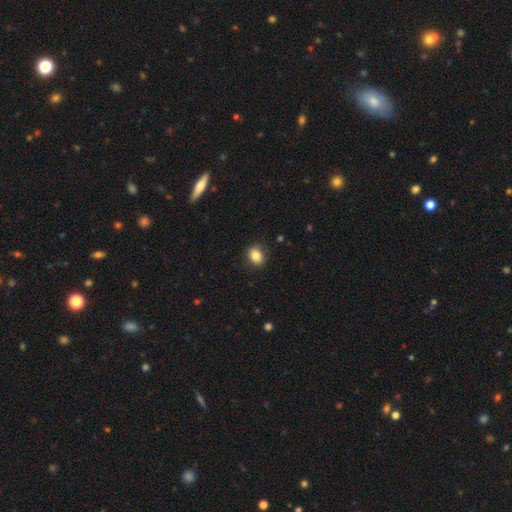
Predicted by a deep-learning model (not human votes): smooth-or-featured: smooth: 83% | star or artifact: 9% | featured or disk: 8%
  how-rounded: in between: 53% | round: 46% | cigar-shaped: 1%
  merging: none: 83% | minor disturbance: 13% | major disturbance: 3% | merger: 1%